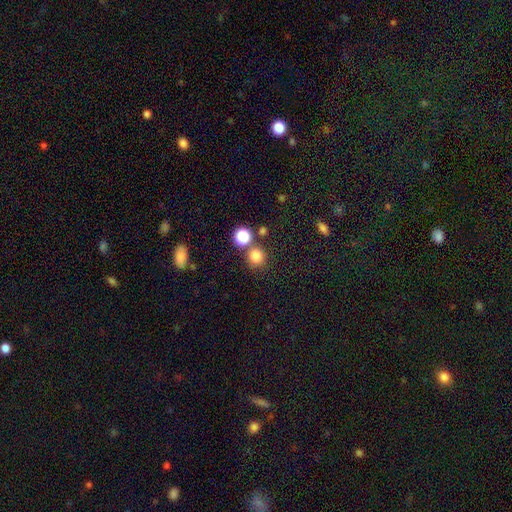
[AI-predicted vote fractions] This is likely a smooth galaxy (79%). How rounded: clearly round (90%). Merging: likely none (75%).